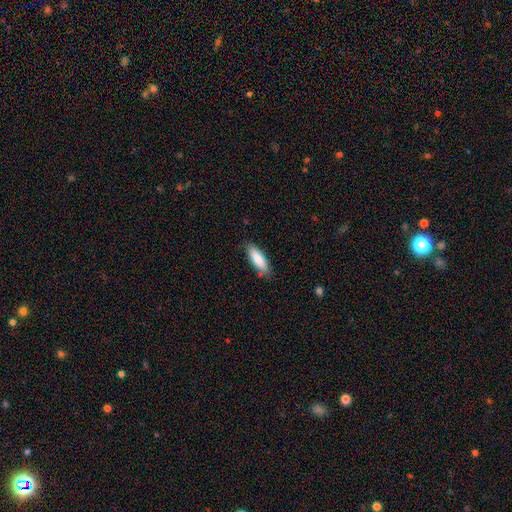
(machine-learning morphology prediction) Overall: smooth (83%). How rounded: in between (57%; cigar-shaped 42%). Merging: none (83%).